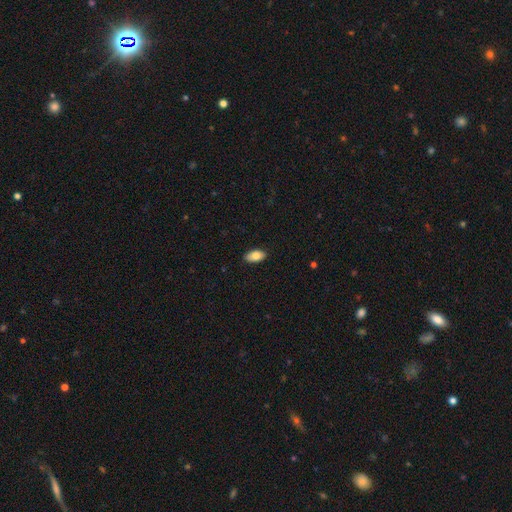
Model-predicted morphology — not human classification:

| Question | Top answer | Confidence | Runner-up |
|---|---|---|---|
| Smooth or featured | smooth | 84% | featured or disk (10%) |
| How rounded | in between | 93% | cigar-shaped (4%) |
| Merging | none | 87% | minor disturbance (10%) |